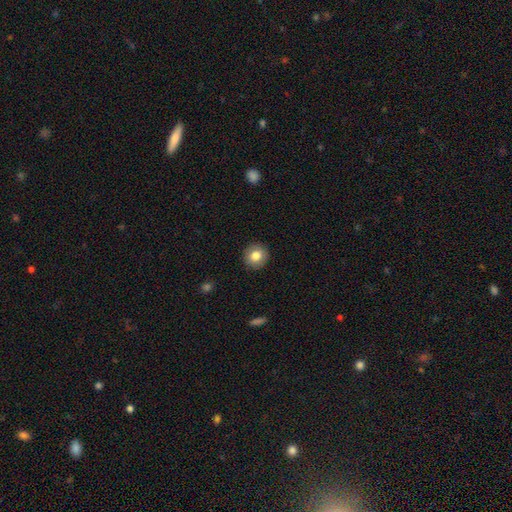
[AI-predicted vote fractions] A smooth galaxy with no disk features (81%) that is round (88%). Merging: none (90%).